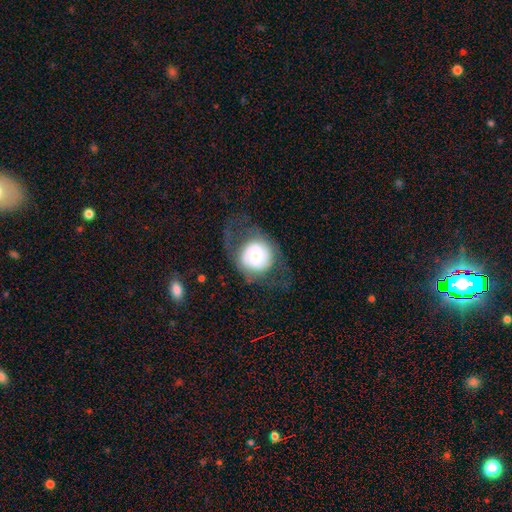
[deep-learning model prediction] smooth-or-featured: featured or disk: 49% | smooth: 43% | star or artifact: 8%
  merging: none: 47% | major disturbance: 32% | minor disturbance: 20% | merger: 2%